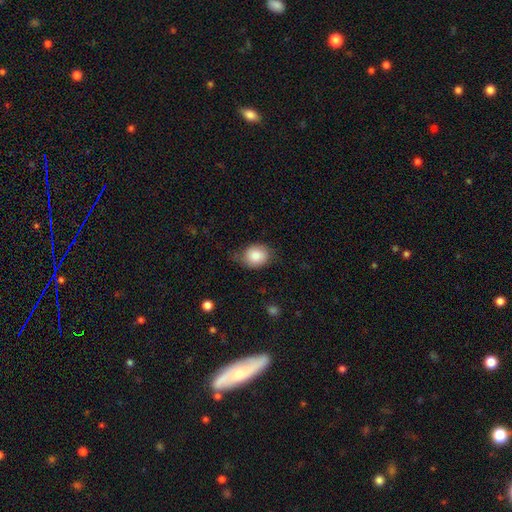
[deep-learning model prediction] A smooth galaxy with no disk features (82%) that is round (56%).

Vote fractions:
- Smooth or featured? smooth: 82% / featured or disk: 10% / star or artifact: 8%
- How rounded? round: 56% / in between: 43% / cigar-shaped: 1%
- Merging? none: 59% / minor disturbance: 30% / major disturbance: 10% / merger: 1%